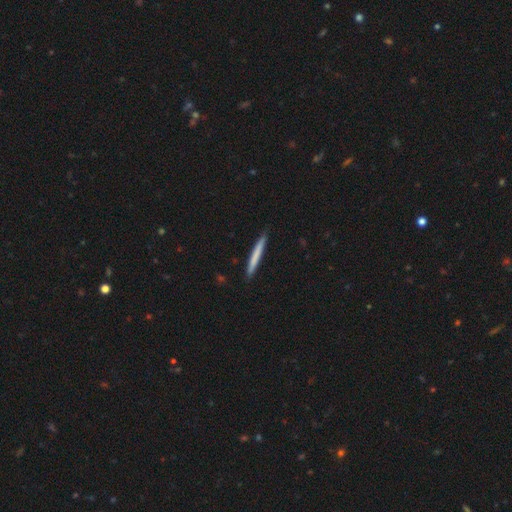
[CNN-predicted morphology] This is likely a smooth galaxy (68%). How rounded: clearly cigar-shaped (97%). Merging: clearly none (90%).